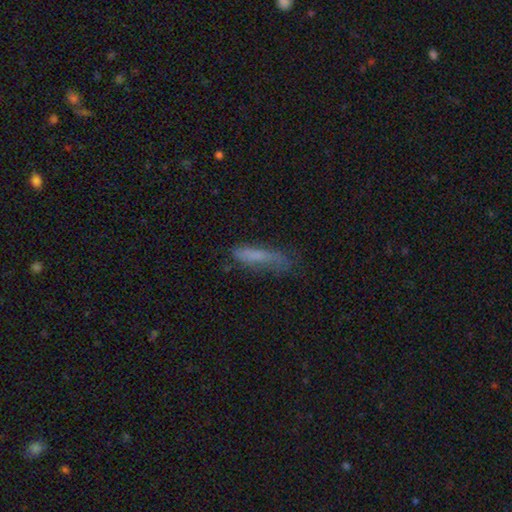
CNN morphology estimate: A smooth galaxy with no disk features (67%) that is cigar-shaped (77%). Merging: none (51%).